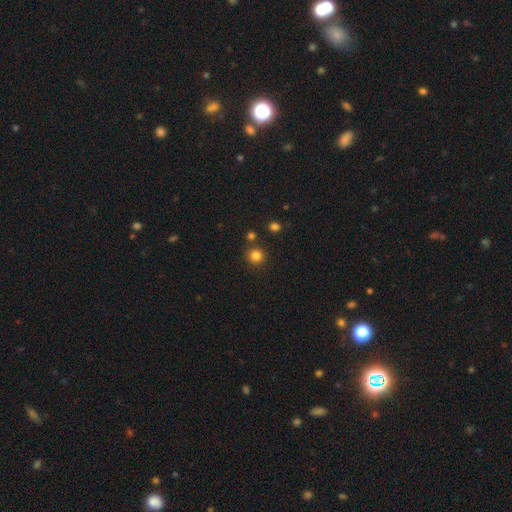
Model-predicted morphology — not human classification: The model was most divided on "smooth or featured": smooth: 82%, star or artifact: 13%, featured or disk: 4%. More confident: how rounded — round (93%); merging — none (85%).